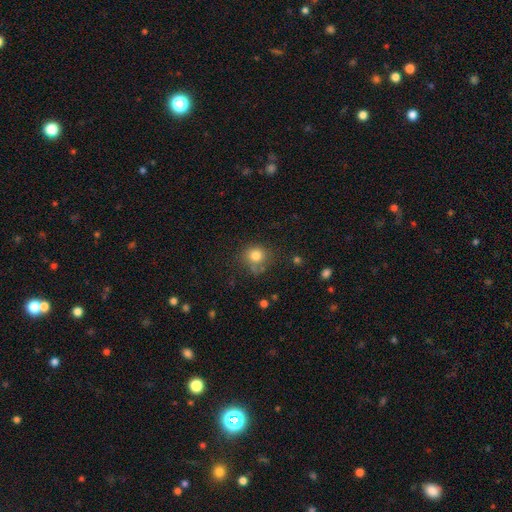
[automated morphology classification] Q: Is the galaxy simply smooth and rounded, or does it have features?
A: smooth — 81%.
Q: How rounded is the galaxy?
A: round — 82%.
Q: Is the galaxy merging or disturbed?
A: none — 67%.